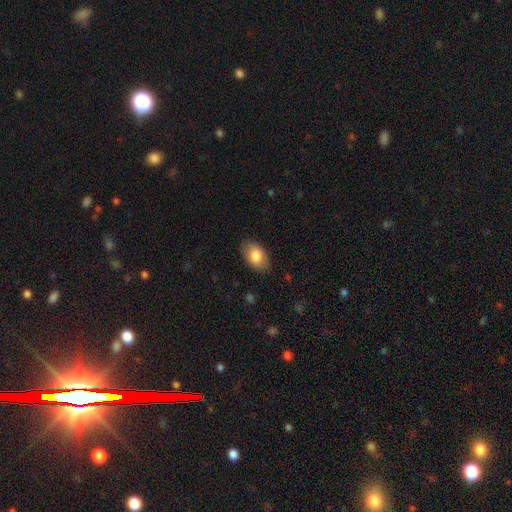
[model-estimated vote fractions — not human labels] The model was most divided on "smooth or featured": smooth: 82%, featured or disk: 12%, star or artifact: 7%. More confident: how rounded — in between (91%); merging — none (84%).